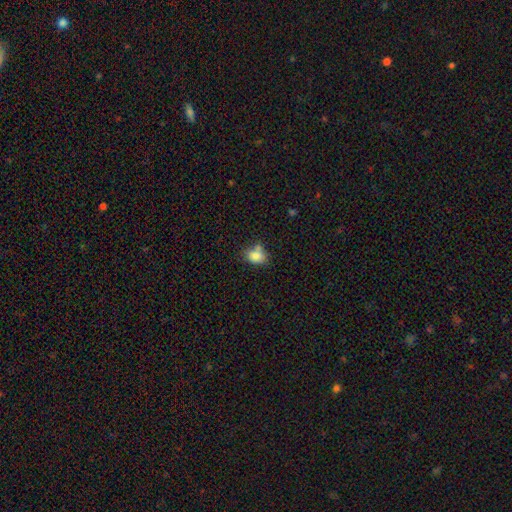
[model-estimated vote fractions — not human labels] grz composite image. It shows a smooth galaxy with no disk features (82%) that is in between round and cigar-shaped (66%). Merging: none (53%).